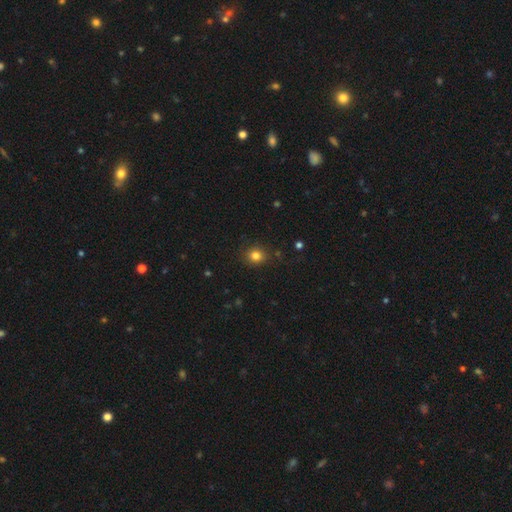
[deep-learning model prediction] Q: Smooth or featured?
A: smooth (81%); runner-up: star or artifact (13%)
Q: How rounded?
A: round (79%); runner-up: in between (20%)
Q: Merging?
A: none (87%); runner-up: minor disturbance (9%)